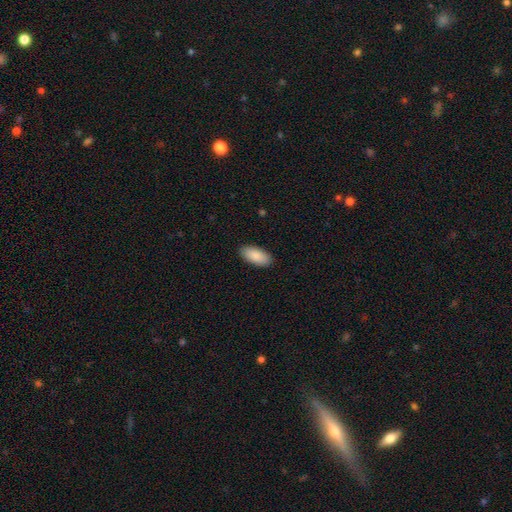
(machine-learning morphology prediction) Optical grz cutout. It shows a smooth galaxy with no disk features (90%) that is in between round and cigar-shaped (93%). Merging: none (89%).